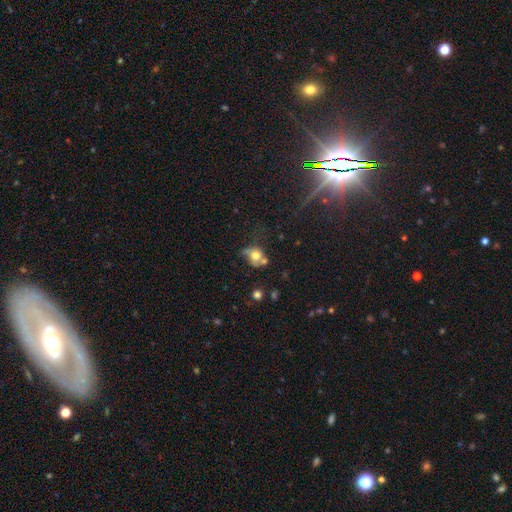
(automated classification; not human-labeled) A smooth galaxy with no disk features (63%) that is round (58%).

Vote fractions:
- Smooth or featured? smooth: 63% / featured or disk: 24% / star or artifact: 13%
- How rounded? round: 58% / in between: 40% / cigar-shaped: 2%
- Merging? none: 34% / minor disturbance: 26% / major disturbance: 21% / merger: 19%